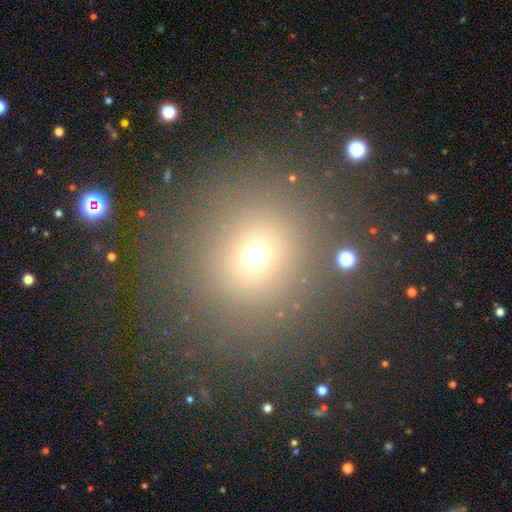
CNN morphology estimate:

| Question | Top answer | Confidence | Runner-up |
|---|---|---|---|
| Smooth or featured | smooth | 63% | star or artifact (29%) |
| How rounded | round | 91% | in between (8%) |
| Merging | none | 84% | minor disturbance (7%) |